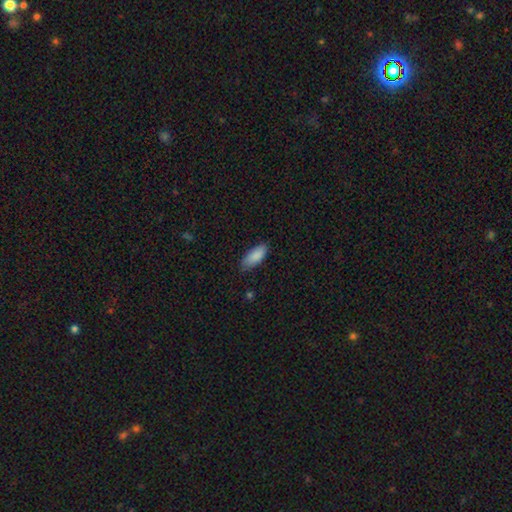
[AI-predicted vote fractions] The model was most divided on "how rounded": in between: 80%, cigar-shaped: 18%, round: 2%. More confident: smooth or featured — smooth (89%); merging — none (82%).